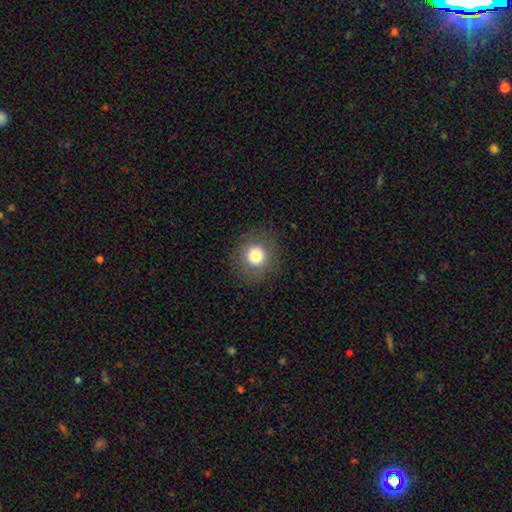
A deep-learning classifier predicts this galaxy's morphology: Smooth or featured? Predicted: smooth (p=0.78). How rounded? Predicted: round (p=0.93). Merging? Predicted: none (p=0.88).